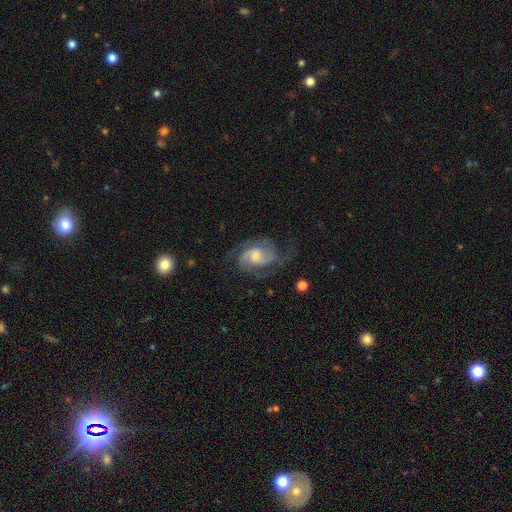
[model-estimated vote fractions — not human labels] smooth_or_featured: featured or disk (p=0.86) [alt: smooth p=0.08]
disk_edge_on: no (p=0.97) [alt: yes p=0.03]
bar: weak (p=0.47) [alt: no p=0.43]
has_spiral_arms: yes (p=0.97) [alt: no p=0.03]
spiral_winding: medium (p=0.52) [alt: tight p=0.30]
spiral_arm_count: 2 (p=0.61) [alt: 3 p=0.19]
bulge_size: moderate (p=0.52) [alt: small p=0.31]
merging: none (p=0.62) [alt: minor disturbance p=0.20]